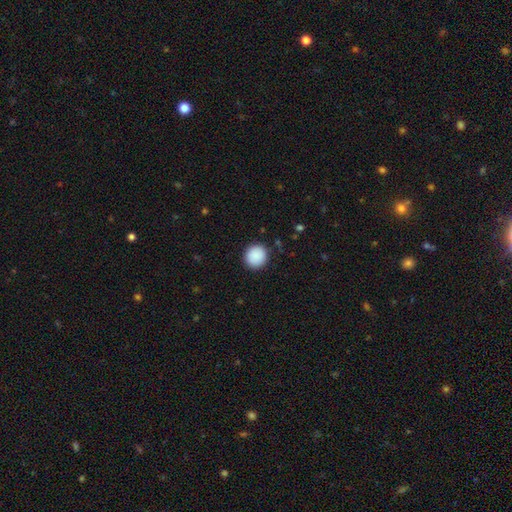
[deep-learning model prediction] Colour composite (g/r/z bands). It shows a smooth galaxy with no disk features (90%) that is round (92%). Merging: none (91%).